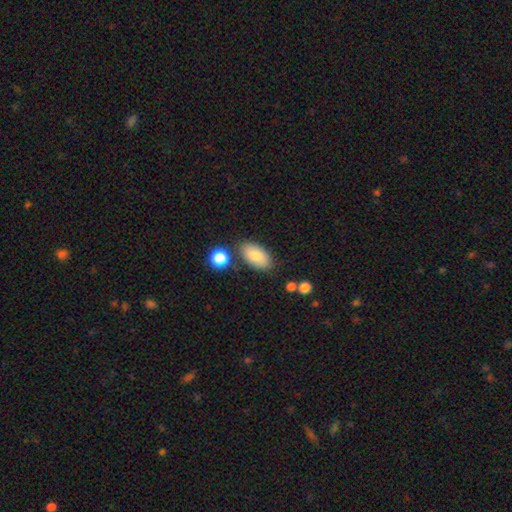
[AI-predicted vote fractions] smooth-or-featured: smooth: 83% | featured or disk: 10% | star or artifact: 7%
  how-rounded: in between: 93% | round: 4% | cigar-shaped: 3%
  merging: none: 76% | minor disturbance: 13% | merger: 7% | major disturbance: 3%